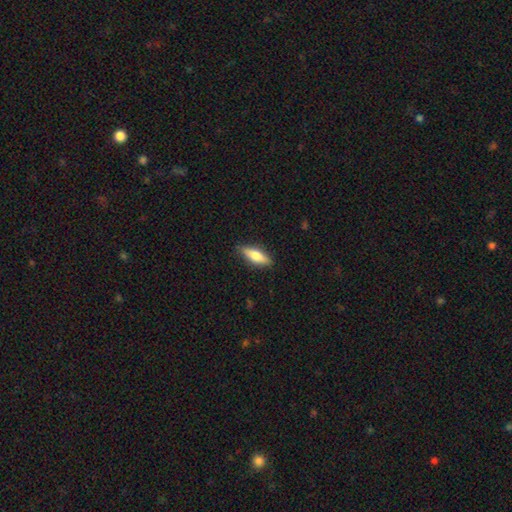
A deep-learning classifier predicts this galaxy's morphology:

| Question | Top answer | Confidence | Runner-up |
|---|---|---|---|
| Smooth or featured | smooth | 63% | featured or disk (31%) |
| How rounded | in between | 53% | cigar-shaped (45%) |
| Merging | none | 87% | minor disturbance (10%) |